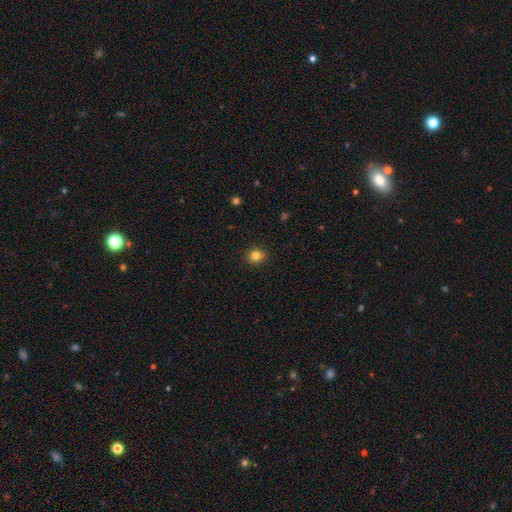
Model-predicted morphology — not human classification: type=smooth (82%); roundness=round (86%); merging=none (90%).